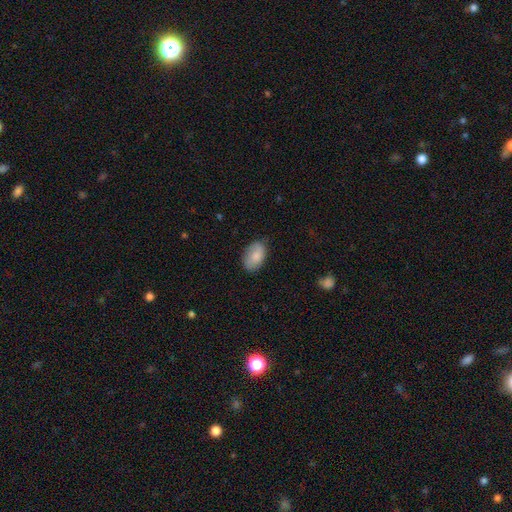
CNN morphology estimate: smooth 81%, featured or disk 12%, star or artifact 6%. Down the decision tree: how rounded — in between (92%); merging — none (78%).